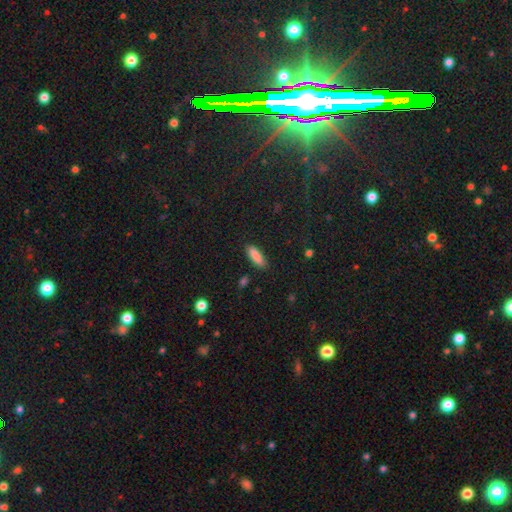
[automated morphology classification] smooth-or-featured: smooth: 88% | star or artifact: 7% | featured or disk: 5%
  how-rounded: in between: 55% | cigar-shaped: 43% | round: 2%
  merging: none: 84% | minor disturbance: 12% | major disturbance: 3% | merger: 2%